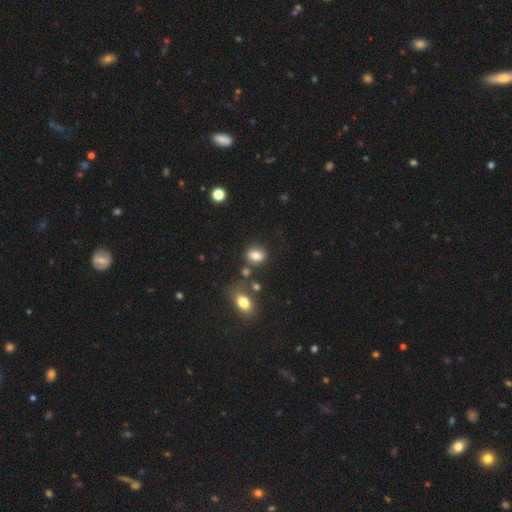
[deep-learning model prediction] This is likely a smooth galaxy (79%). How rounded: possibly in between (51%). Merging: likely none (76%).